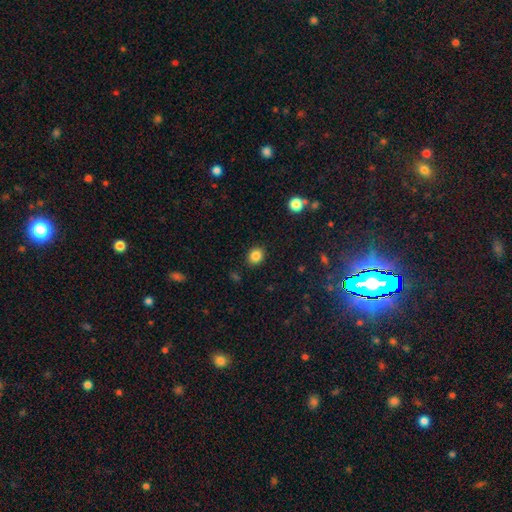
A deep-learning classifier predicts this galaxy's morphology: smooth_or_featured: smooth (p=0.84) [alt: star or artifact p=0.11]
how_rounded: round (p=0.65) [alt: in between p=0.34]
merging: none (p=0.89) [alt: minor disturbance p=0.07]